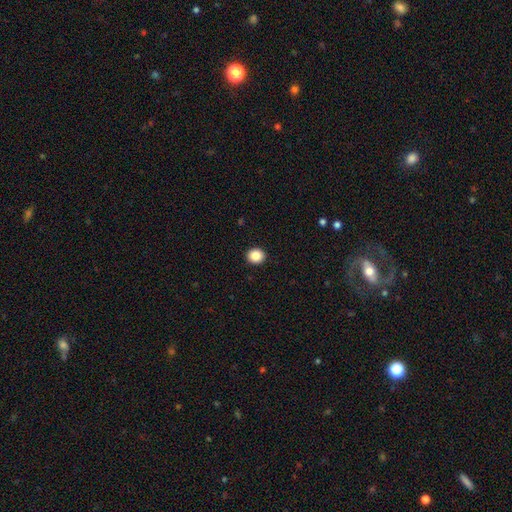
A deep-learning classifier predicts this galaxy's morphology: Overall: smooth (87%). How rounded: round (86%). Merging: none (93%).